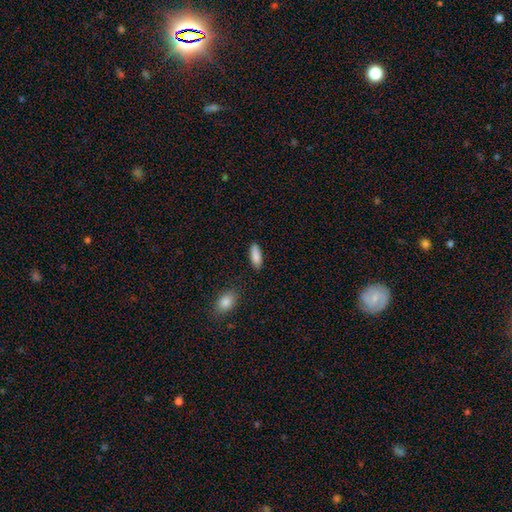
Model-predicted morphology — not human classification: smooth-or-featured: smooth: 88% | star or artifact: 6% | featured or disk: 5%
  how-rounded: in between: 74% | cigar-shaped: 24% | round: 2%
  merging: none: 85% | minor disturbance: 10% | major disturbance: 2% | merger: 2%